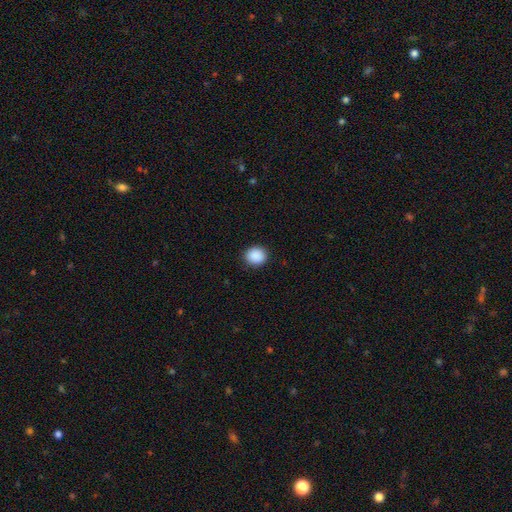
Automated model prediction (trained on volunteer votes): smooth_or_featured: smooth (p=0.90) [alt: star or artifact p=0.08]
how_rounded: round (p=0.81) [alt: in between p=0.18]
merging: none (p=0.91) [alt: minor disturbance p=0.06]